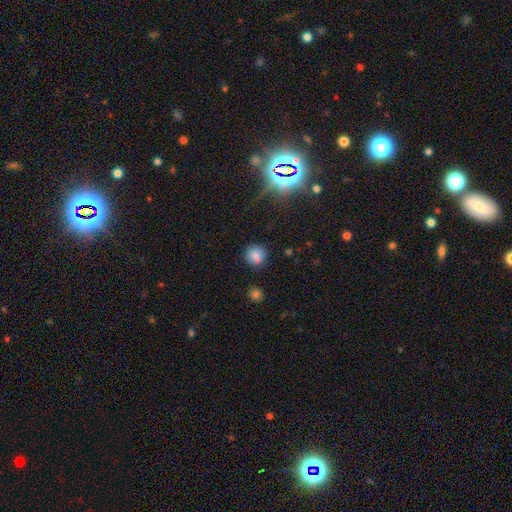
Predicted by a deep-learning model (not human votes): A smooth galaxy with no disk features (80%) that is round (89%). Merging: none (78%).